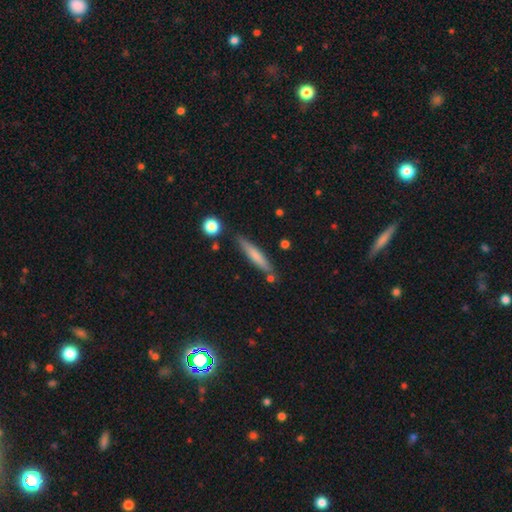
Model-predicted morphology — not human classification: Smooth or featured?
  - smooth: 67% *
  - featured or disk: 27%
  - star or artifact: 6%
How rounded?
  - cigar-shaped: 92% *
  - in between: 7%
  - round: 1%
Merging?
  - none: 81% *
  - minor disturbance: 12%
  - merger: 5%
  - major disturbance: 2%